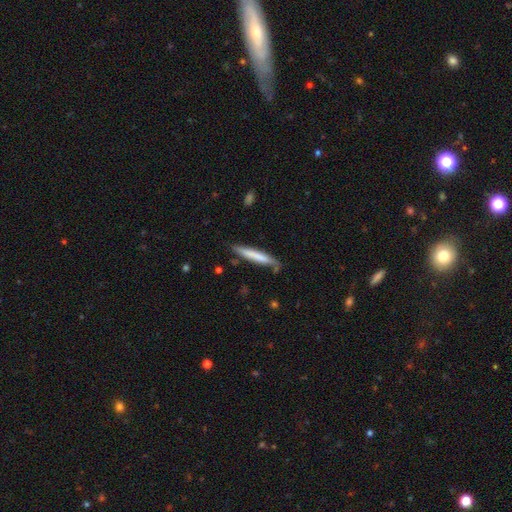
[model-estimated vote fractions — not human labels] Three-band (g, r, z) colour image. It shows a smooth galaxy with no disk features (70%) that is cigar-shaped (94%). Merging: none (78%).